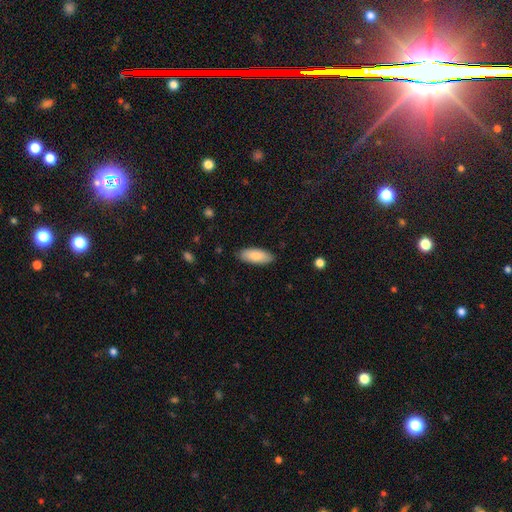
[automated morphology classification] Q: Smooth or featured?
A: smooth (84%); runner-up: featured or disk (11%)
Q: How rounded?
A: in between (80%); runner-up: cigar-shaped (18%)
Q: Merging?
A: none (87%); runner-up: minor disturbance (10%)